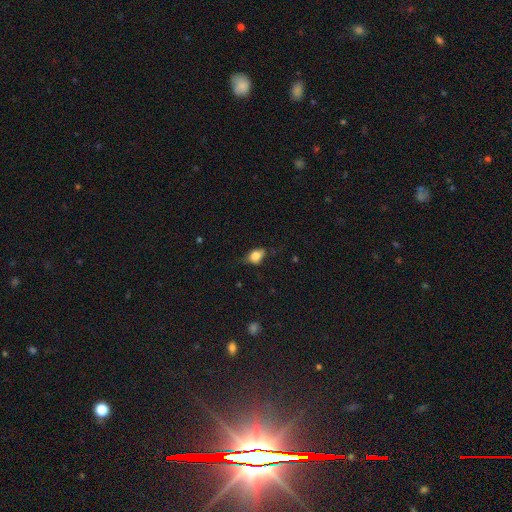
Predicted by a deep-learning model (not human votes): smooth-or-featured: smooth: 75% | featured or disk: 15% | star or artifact: 9%
  how-rounded: in between: 73% | round: 24% | cigar-shaped: 3%
  merging: none: 60% | minor disturbance: 29% | major disturbance: 10% | merger: 2%